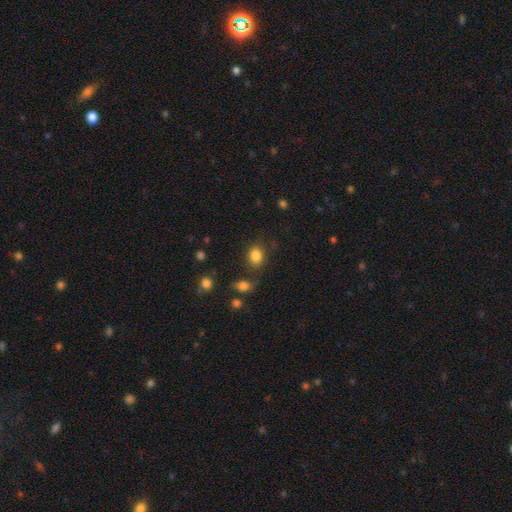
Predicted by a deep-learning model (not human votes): Overall: smooth (83%). How rounded: in between (54%; round 45%). Merging: none (73%).